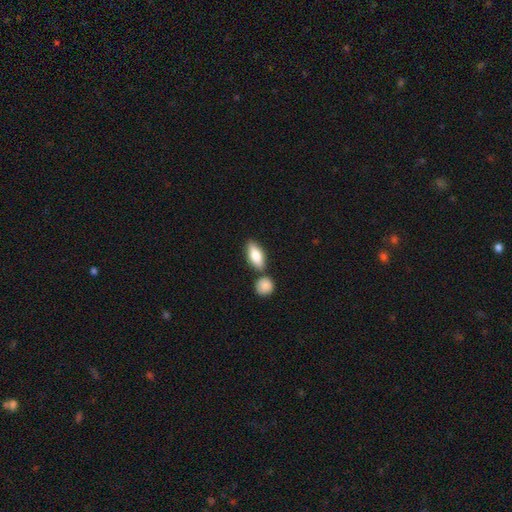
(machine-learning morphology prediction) Smooth or featured? smooth (75%)
How rounded? in between (80%)
Merging? none (69%)